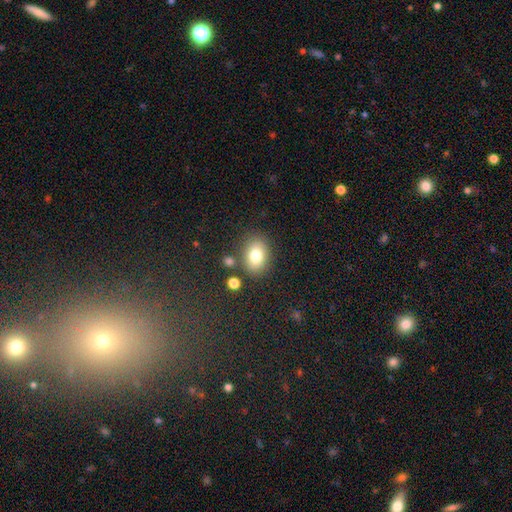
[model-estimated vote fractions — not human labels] Smooth or featured: smooth — 79% (featured or disk — 11%)
How rounded: in between — 72% (round — 27%)
Merging: none — 79% (minor disturbance — 11%)